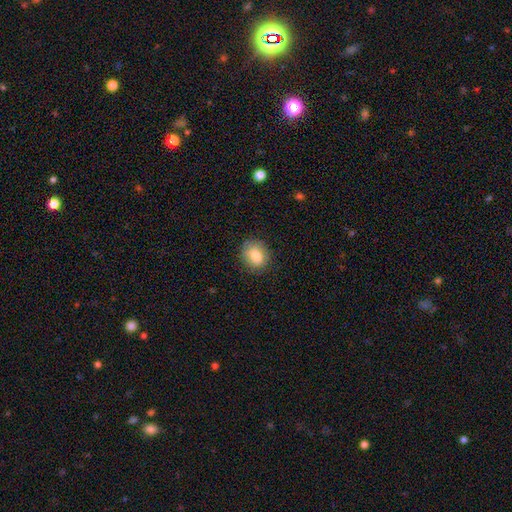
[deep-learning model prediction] smooth-or-featured: smooth: 81% | featured or disk: 11% | star or artifact: 8%
  how-rounded: round: 62% | in between: 37% | cigar-shaped: 1%
  merging: none: 82% | minor disturbance: 14% | major disturbance: 3% | merger: 1%